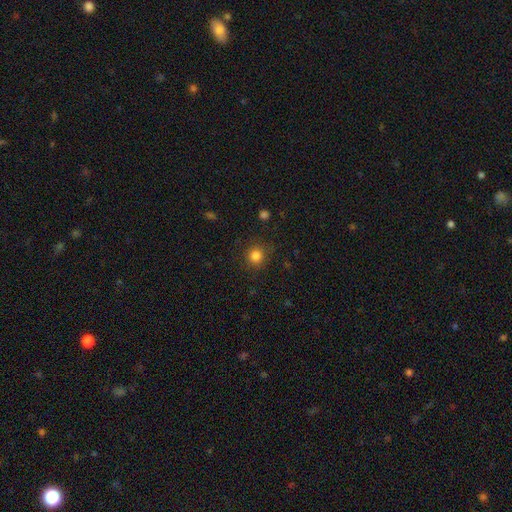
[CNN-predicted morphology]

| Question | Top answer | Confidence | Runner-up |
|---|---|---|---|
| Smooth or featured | smooth | 83% | star or artifact (13%) |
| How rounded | round | 92% | in between (7%) |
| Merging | none | 88% | minor disturbance (8%) |